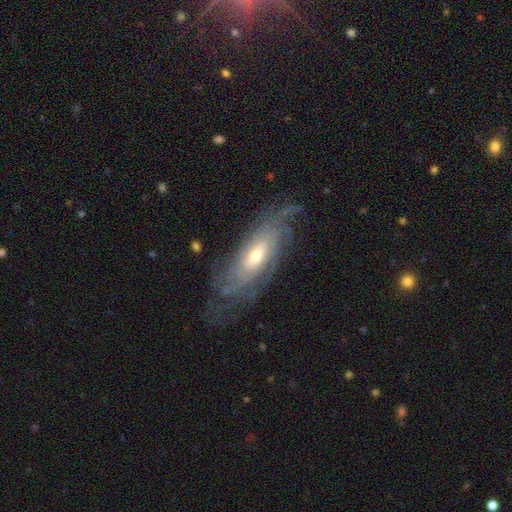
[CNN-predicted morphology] Smooth or featured: featured or disk — 81% (smooth — 13%)
Edge-on disk: no — 87% (yes — 13%)
Bar: no — 64% (weak — 28%)
Spiral arms: yes — 92% (no — 8%)
Spiral winding: tight — 64% (medium — 26%)
Spiral arm count: can't tell — 54% (2 — 12%)
Bulge size: moderate — 51% (small — 41%)
Merging: none — 68% (minor disturbance — 19%)